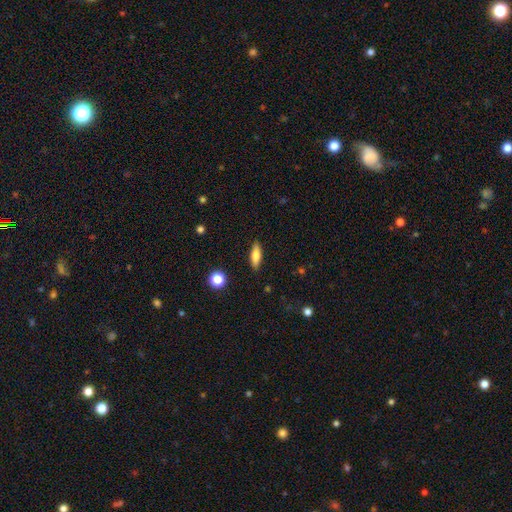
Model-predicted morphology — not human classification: A smooth galaxy with no disk features (76%) that is in between round and cigar-shaped (49%).

Vote fractions:
- Smooth or featured? smooth: 76% / featured or disk: 16% / star or artifact: 8%
- How rounded? in between: 49% / cigar-shaped: 48% / round: 3%
- Merging? none: 87% / minor disturbance: 9% / major disturbance: 2% / merger: 1%